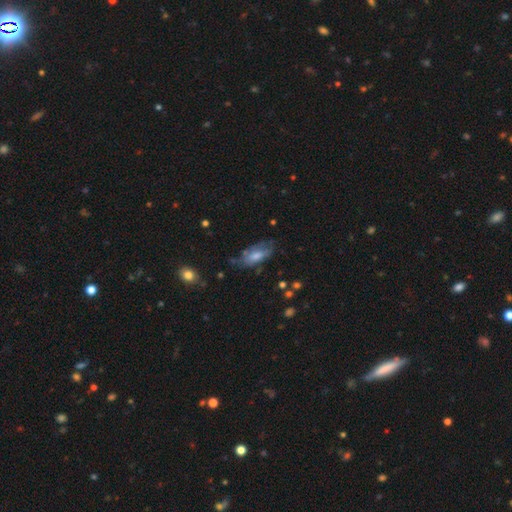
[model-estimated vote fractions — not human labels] smooth 52%, featured or disk 40%, star or artifact 8%. Down the decision tree: how rounded — in between (83%); merging — none (51%).